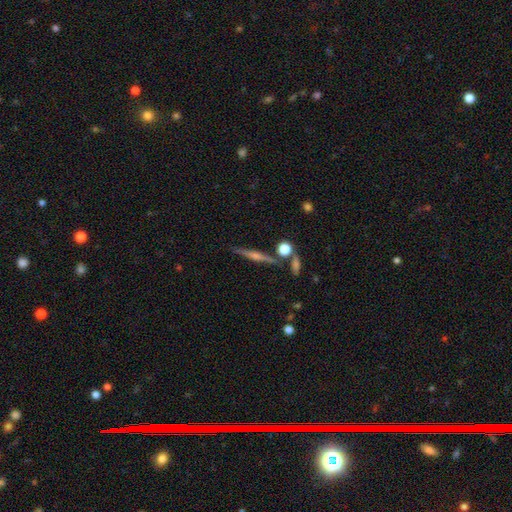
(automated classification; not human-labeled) Smooth or featured? Predicted: featured or disk (p=0.63). Edge-on disk? Predicted: yes (p=0.91). Edge-on bulge? Predicted: rounded (p=0.79). Merging? Predicted: none (p=0.75).